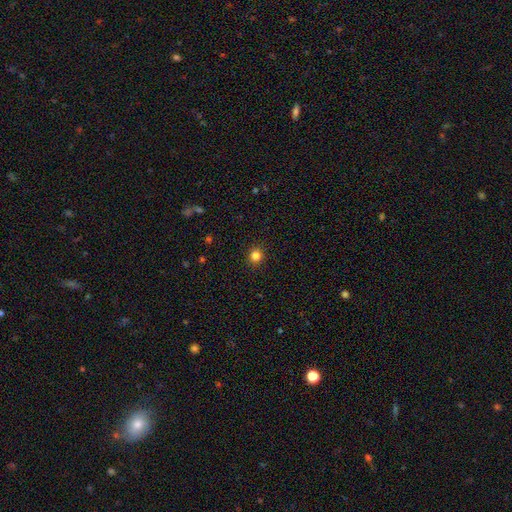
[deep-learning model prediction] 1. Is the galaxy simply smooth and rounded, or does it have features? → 83% smooth, 13% star or artifact, 4% featured or disk.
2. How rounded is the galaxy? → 89% round, 10% in between, 1% cigar-shaped.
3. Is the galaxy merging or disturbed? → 92% none, 6% minor disturbance, 2% major disturbance, 1% merger.